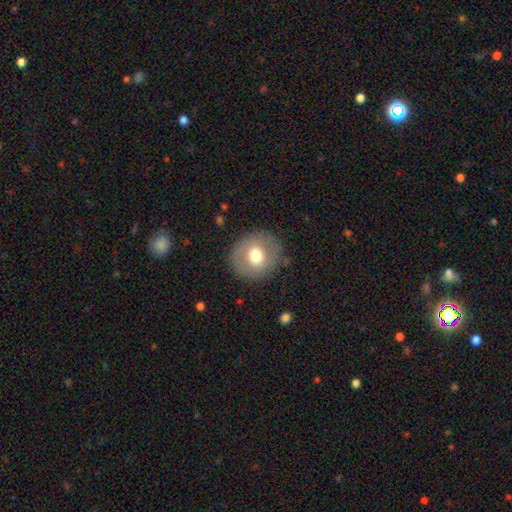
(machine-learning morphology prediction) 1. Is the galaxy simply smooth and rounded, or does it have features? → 65% smooth, 28% featured or disk, 8% star or artifact.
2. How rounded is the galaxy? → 85% round, 14% in between, 1% cigar-shaped.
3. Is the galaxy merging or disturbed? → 85% none, 10% minor disturbance, 4% major disturbance, 1% merger.